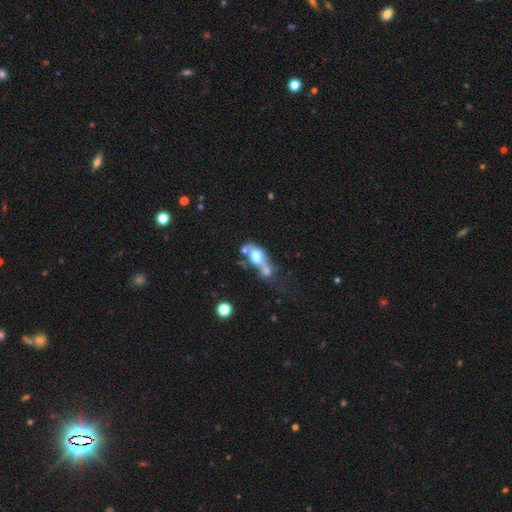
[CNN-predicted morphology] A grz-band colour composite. It shows a smooth galaxy with no disk features (60%) that is in between round and cigar-shaped (65%). Merging: merger (63%).